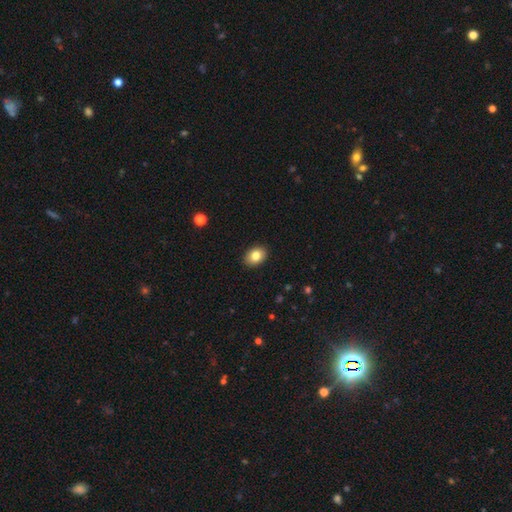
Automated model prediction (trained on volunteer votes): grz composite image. It shows a smooth galaxy with no disk features (83%) that is in between round and cigar-shaped (70%). Merging: none (90%).